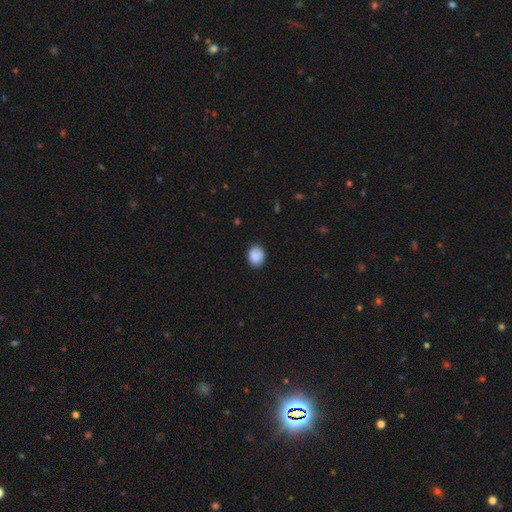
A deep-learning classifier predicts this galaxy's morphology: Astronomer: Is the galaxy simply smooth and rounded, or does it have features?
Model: smooth — 90%.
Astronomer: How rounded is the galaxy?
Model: round — 59% (runner-up: in between, 41%).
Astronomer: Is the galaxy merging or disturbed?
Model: none — 86%.